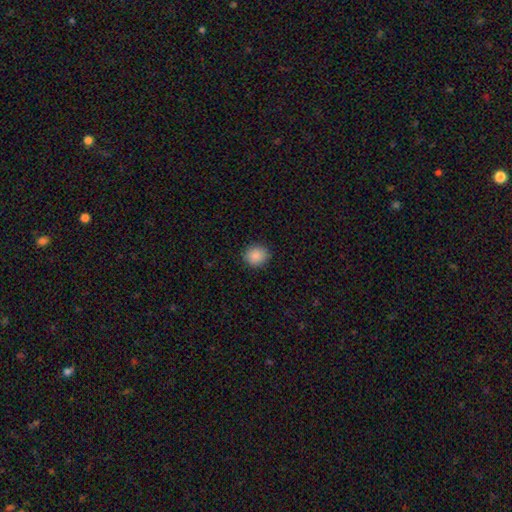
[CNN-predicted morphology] Overall: smooth (88%). How rounded: round (81%). Merging: none (90%).